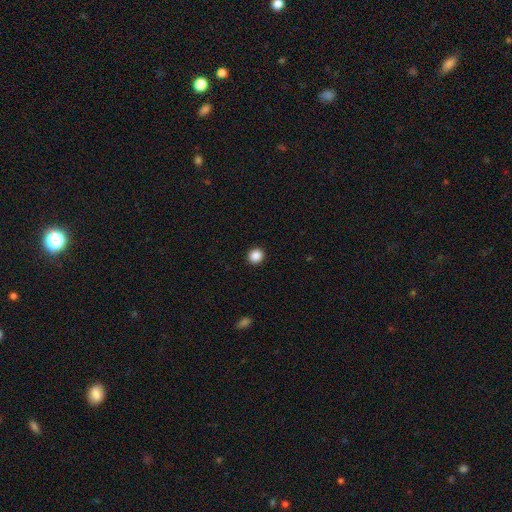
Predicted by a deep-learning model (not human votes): The model was most divided on "smooth or featured": smooth: 88%, star or artifact: 10%, featured or disk: 3%. More confident: merging — none (93%); how rounded — round (89%).